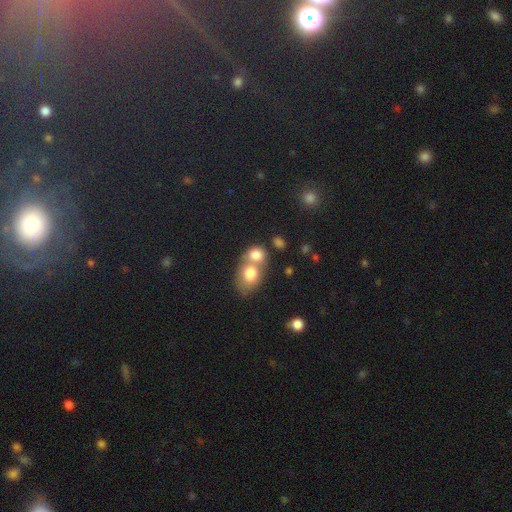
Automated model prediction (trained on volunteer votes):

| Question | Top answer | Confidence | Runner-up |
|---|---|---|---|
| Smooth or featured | smooth | 78% | featured or disk (12%) |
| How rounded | round | 54% | in between (45%) |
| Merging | merger | 63% | none (26%) |